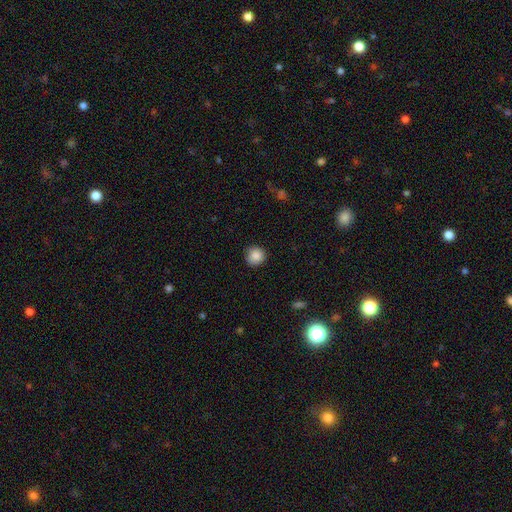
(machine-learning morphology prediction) smooth_or_featured: smooth (p=0.87) [alt: star or artifact p=0.09]
how_rounded: round (p=0.92) [alt: in between p=0.07]
merging: none (p=0.87) [alt: minor disturbance p=0.10]